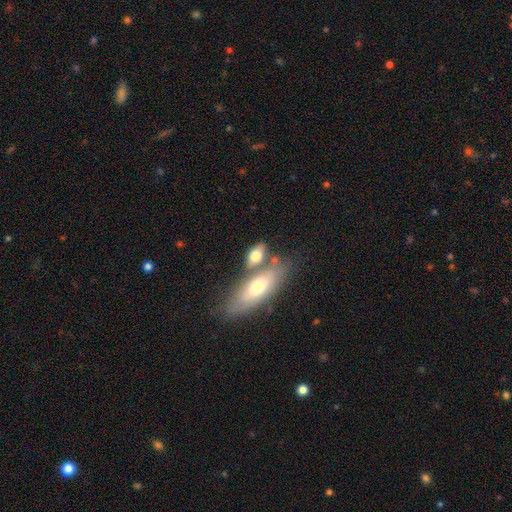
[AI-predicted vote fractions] Q: Smooth or featured?
A: smooth (68%); runner-up: featured or disk (25%)
Q: How rounded?
A: in between (78%); runner-up: cigar-shaped (15%)
Q: Merging?
A: none (44%); runner-up: merger (38%)